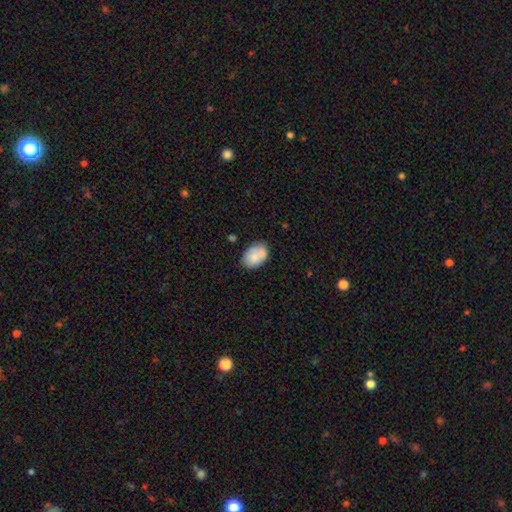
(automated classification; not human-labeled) Morphology: type=smooth (76%); roundness=in between (83%); merging=none (62%).